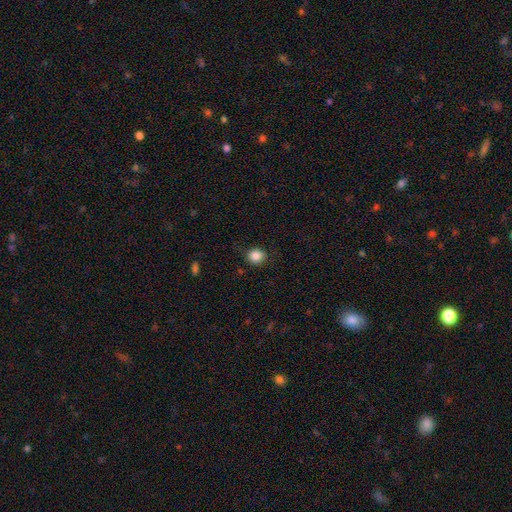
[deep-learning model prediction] The model was most divided on "how rounded": round: 81%, in between: 18%, cigar-shaped: 1%. More confident: smooth or featured — smooth (86%); merging — none (85%).